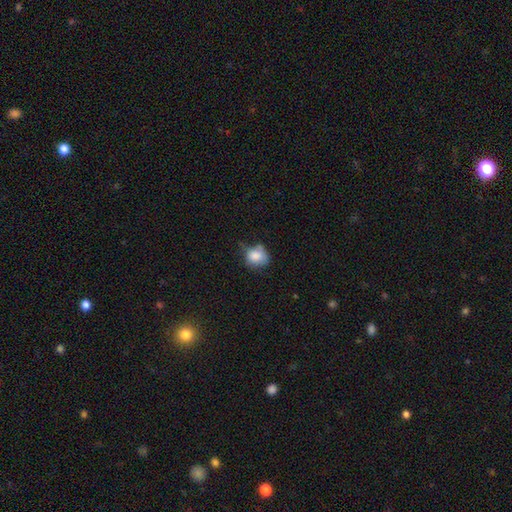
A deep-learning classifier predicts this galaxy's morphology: smooth_or_featured: smooth (p=0.82) [alt: featured or disk p=0.09]
how_rounded: round (p=0.66) [alt: in between p=0.33]
merging: none (p=0.44) [alt: minor disturbance p=0.36]